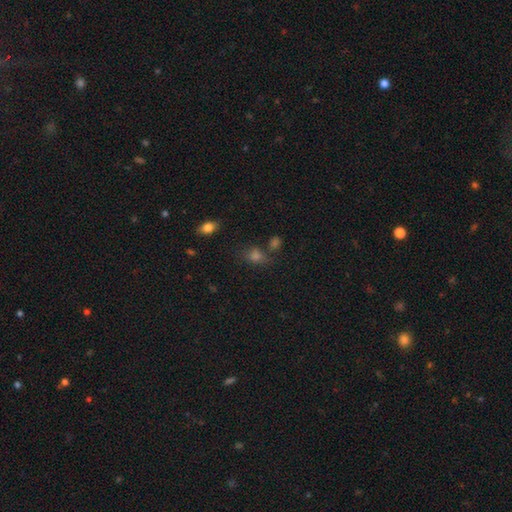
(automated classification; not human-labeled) Morphology: type=smooth (67%); roundness=in between (51%); merging=none (66%).